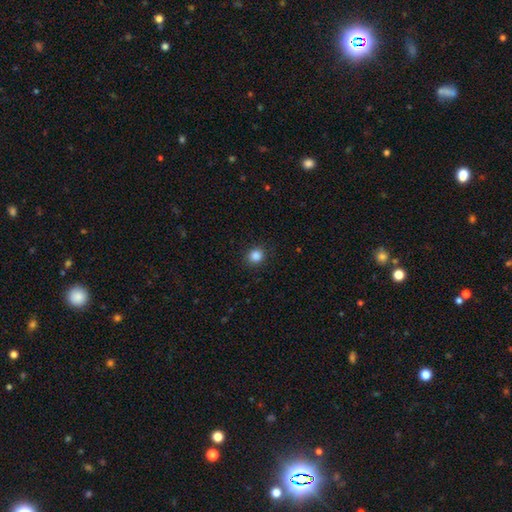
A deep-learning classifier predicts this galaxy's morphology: Smooth or featured: smooth — 86% (star or artifact — 11%)
How rounded: round — 81% (in between — 18%)
Merging: none — 90% (minor disturbance — 7%)